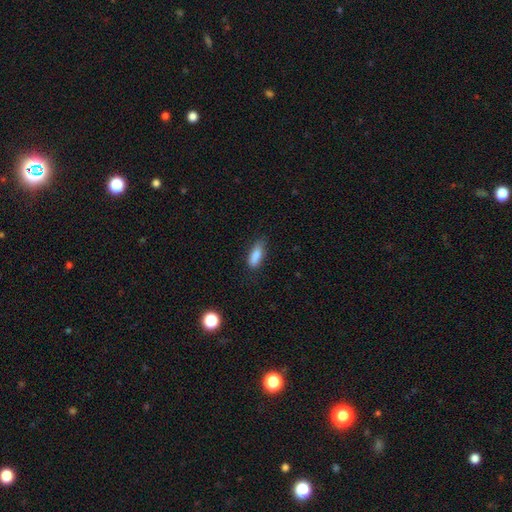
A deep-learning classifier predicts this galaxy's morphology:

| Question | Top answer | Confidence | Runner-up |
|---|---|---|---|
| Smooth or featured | smooth | 84% | featured or disk (8%) |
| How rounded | in between | 63% | cigar-shaped (34%) |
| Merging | none | 67% | minor disturbance (26%) |